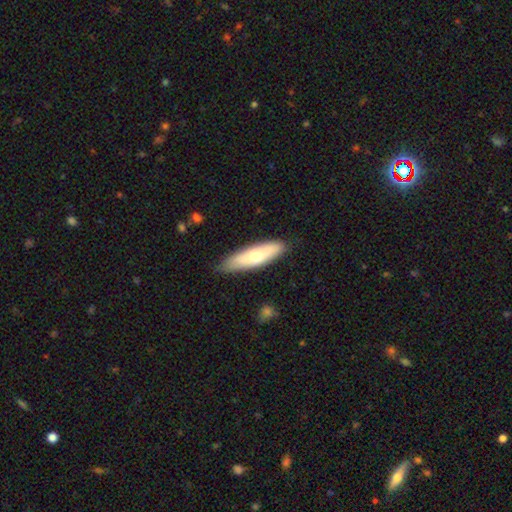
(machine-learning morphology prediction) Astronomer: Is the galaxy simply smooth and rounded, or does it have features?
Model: smooth — 64%.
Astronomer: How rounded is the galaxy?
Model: cigar-shaped — 61% (runner-up: in between, 37%).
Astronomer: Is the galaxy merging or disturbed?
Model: none — 83%.